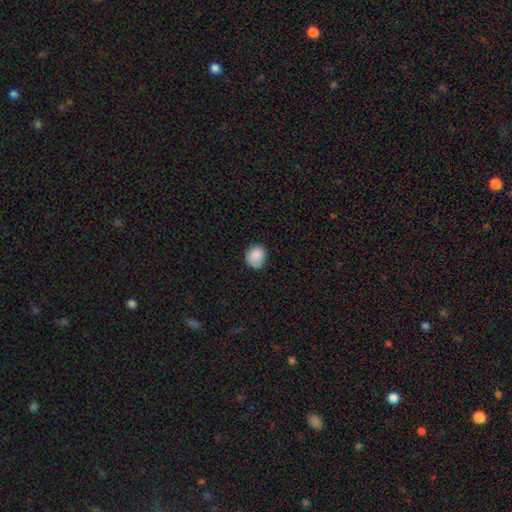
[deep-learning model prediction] This is clearly a smooth galaxy (87%). How rounded: likely round (71%). Merging: likely none (77%).